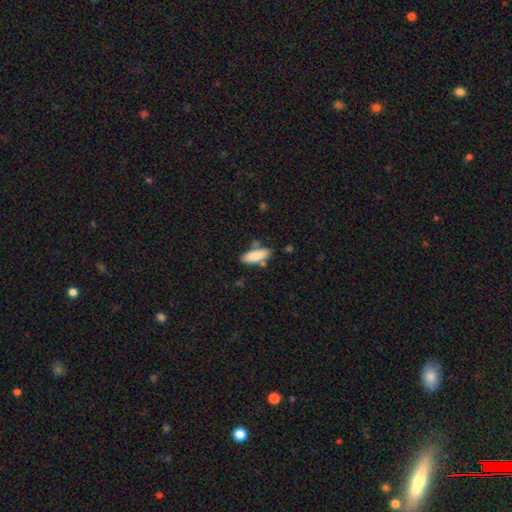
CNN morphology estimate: smooth 86%, featured or disk 8%, star or artifact 6%. Down the decision tree: how rounded — in between (74%); merging — none (71%).